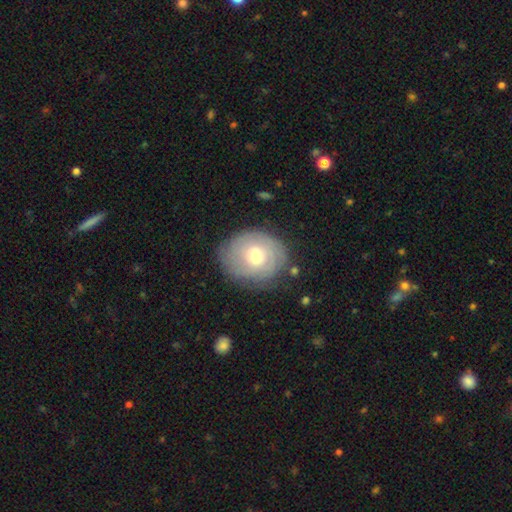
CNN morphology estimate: Overall: featured or disk (54%; smooth 39%). Edge-on disk: no (96%). Bar: no (67%; weak 28%). Spiral arms: yes (75%). Bulge size: moderate (63%; small 30%). Merging: none (75%).